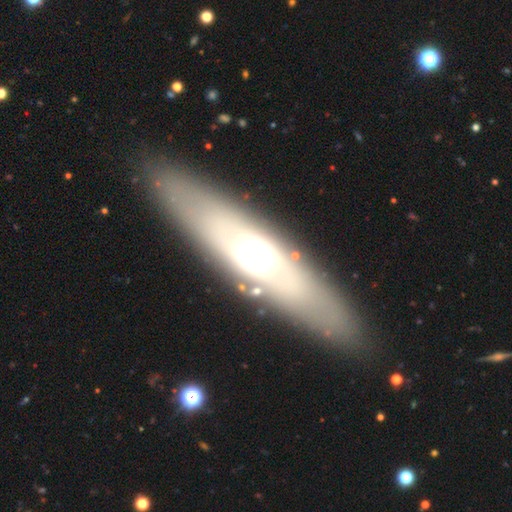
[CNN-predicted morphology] Smooth or featured?
  - featured or disk: 55% *
  - smooth: 37%
  - star or artifact: 8%
Edge-on disk?
  - yes: 58% *
  - no: 42%
Merging?
  - none: 85% *
  - minor disturbance: 9%
  - major disturbance: 4%
  - merger: 2%